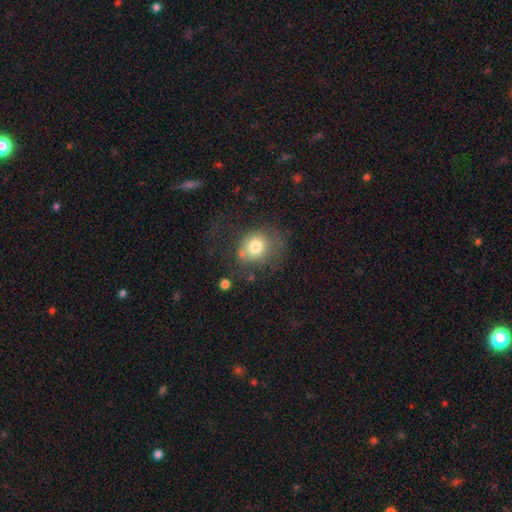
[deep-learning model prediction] smooth 64%, featured or disk 19%, star or artifact 17%. Down the decision tree: how rounded — round (71%); merging — none (62%).